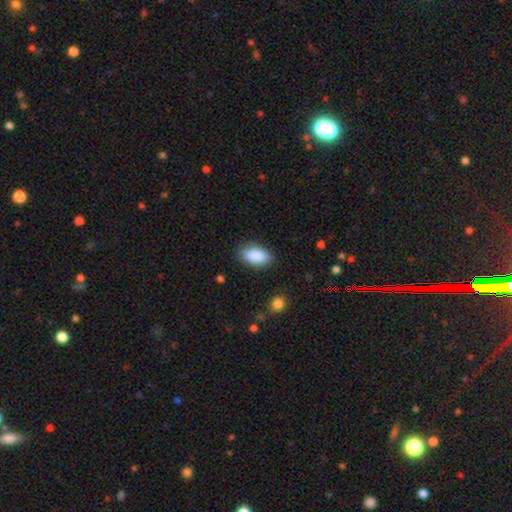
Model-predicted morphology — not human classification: A smooth galaxy with no disk features (89%) that is in between round and cigar-shaped (93%). Merging: none (84%).